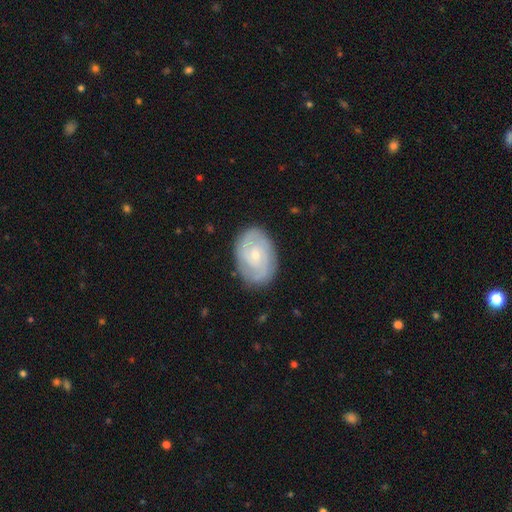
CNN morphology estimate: Overall: featured or disk (78%). Edge-on disk: no (97%). Bar: no (63%; weak 32%). Spiral arms: yes (94%). Spiral arm count: 2 (50%; can't tell 23%). Spiral winding: tight (63%; medium 30%). Bulge size: small (66%; moderate 30%). Merging: none (83%).